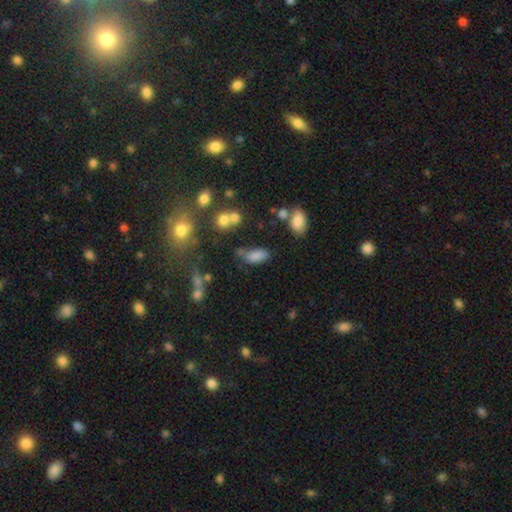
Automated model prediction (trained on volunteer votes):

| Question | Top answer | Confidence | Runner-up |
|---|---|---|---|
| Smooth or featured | smooth | 80% | star or artifact (12%) |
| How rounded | in between | 86% | cigar-shaped (9%) |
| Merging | none | 55% | minor disturbance (23%) |